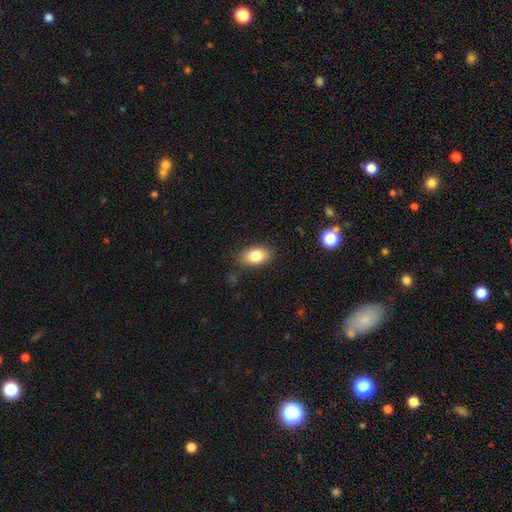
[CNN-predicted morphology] A smooth galaxy with no disk features (82%) that is in between round and cigar-shaped (90%).

Vote fractions:
- Smooth or featured? smooth: 82% / featured or disk: 11% / star or artifact: 8%
- How rounded? in between: 90% / round: 7% / cigar-shaped: 3%
- Merging? none: 85% / minor disturbance: 11% / major disturbance: 3% / merger: 1%